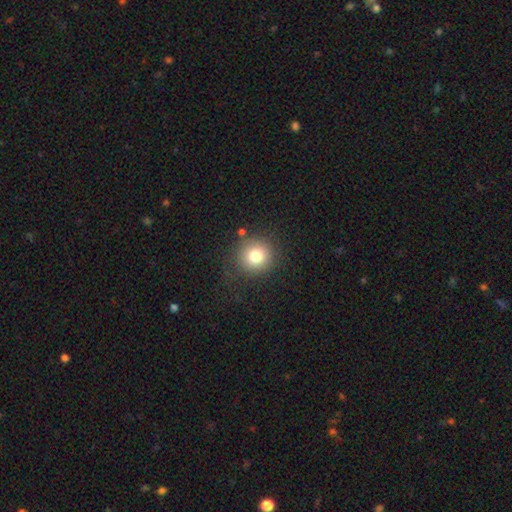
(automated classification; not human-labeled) A smooth galaxy with no disk features (79%) that is round (91%). Merging: none (84%).